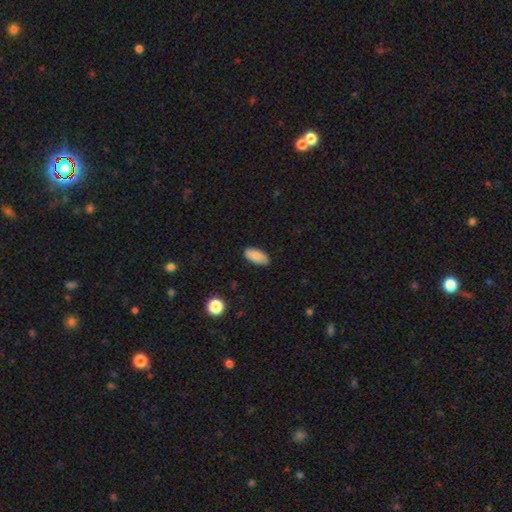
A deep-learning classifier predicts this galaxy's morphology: Overall: smooth (85%). How rounded: in between (91%). Merging: none (86%).